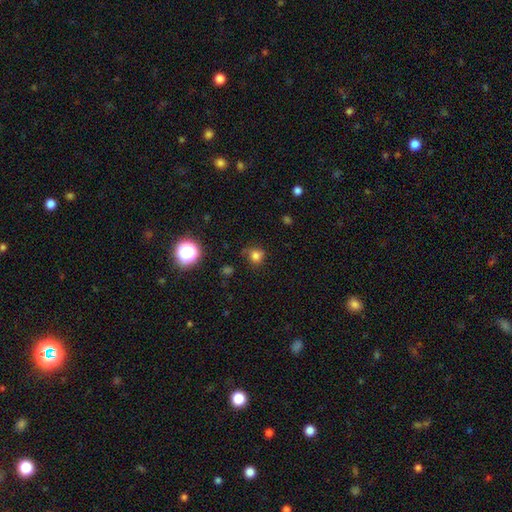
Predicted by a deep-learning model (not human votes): This appears to be a smooth galaxy with no disk features (77%) that is round (84%). Merging: none (69%).